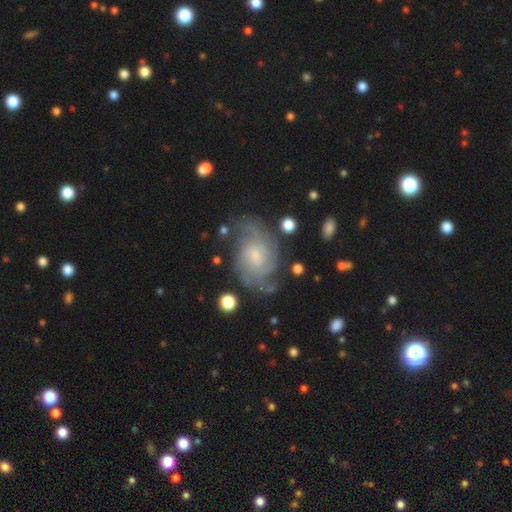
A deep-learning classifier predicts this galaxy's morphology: A featured or disk galaxy (84%) with no bar (60%), tight (44%) spiral arms (96%) and a small central bulge (54%).

Vote fractions:
- Smooth or featured? featured or disk: 84% / smooth: 10% / star or artifact: 7%
- Edge-on disk? no: 97% / yes: 3%
- Bar? no: 60% / weak: 36% / strong: 5%
- Spiral arms? yes: 96% / no: 4%
- Spiral winding? tight: 44% / medium: 41% / loose: 15%
- Spiral arm count? can't tell: 29% / 2: 25% / 3: 20% / 4: 12% / more than 4: 7% / 1: 7%
- Bulge size? small: 54% / moderate: 34% / none: 6% / large: 4% / dominant: 1%
- Merging? none: 69% / minor disturbance: 19% / major disturbance: 10% / merger: 2%